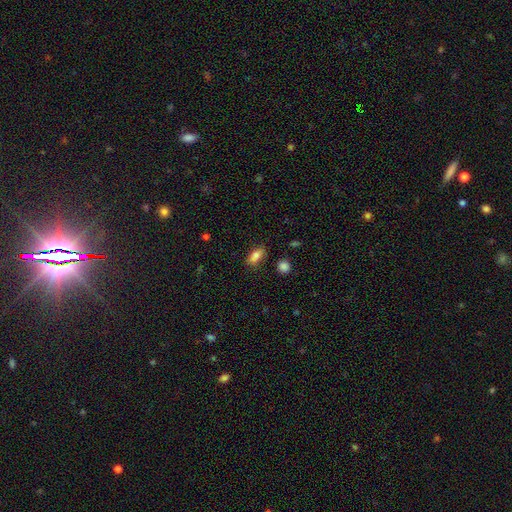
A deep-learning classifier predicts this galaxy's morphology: A smooth galaxy with no disk features (80%) that is in between round and cigar-shaped (84%).

Vote fractions:
- Smooth or featured? smooth: 80% / featured or disk: 11% / star or artifact: 9%
- How rounded? in between: 84% / cigar-shaped: 11% / round: 6%
- Merging? none: 76% / minor disturbance: 16% / merger: 4% / major disturbance: 4%